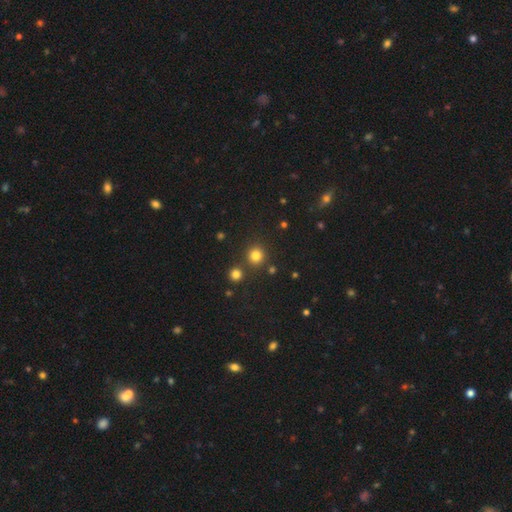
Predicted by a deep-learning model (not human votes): smooth 79%, star or artifact 16%, featured or disk 5%. Down the decision tree: how rounded — round (92%); merging — none (82%).